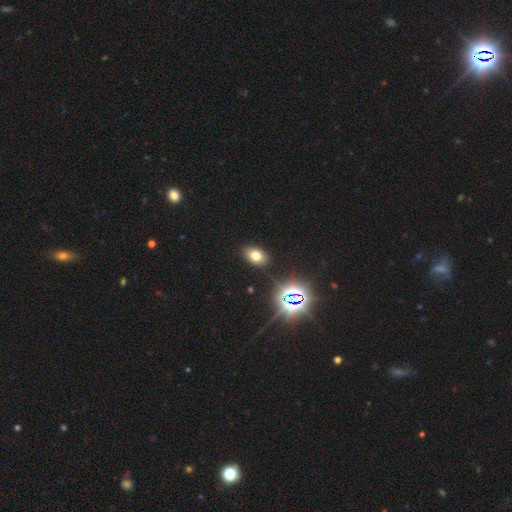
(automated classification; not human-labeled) A smooth galaxy with no disk features (68%) that is in between round and cigar-shaped (84%). Merging: none (87%).